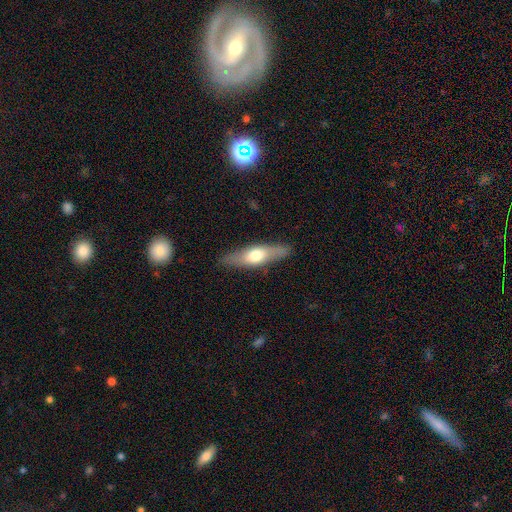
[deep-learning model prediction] Smooth or featured: smooth — 52% (featured or disk — 42%)
How rounded: cigar-shaped — 59% (in between — 39%)
Merging: none — 85% (minor disturbance — 11%)